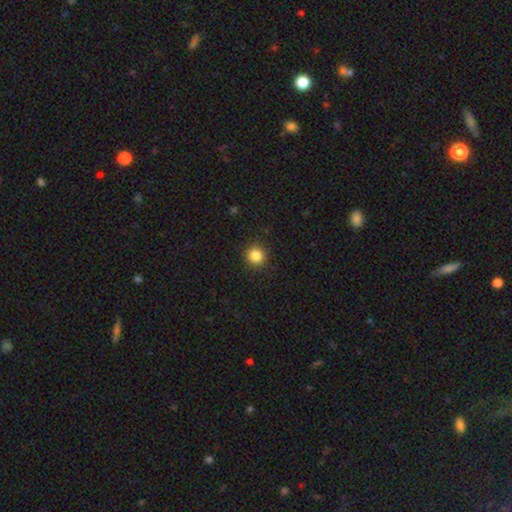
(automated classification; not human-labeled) Smooth or featured? Predicted: smooth (p=0.85). How rounded? Predicted: round (p=0.92). Merging? Predicted: none (p=0.91).